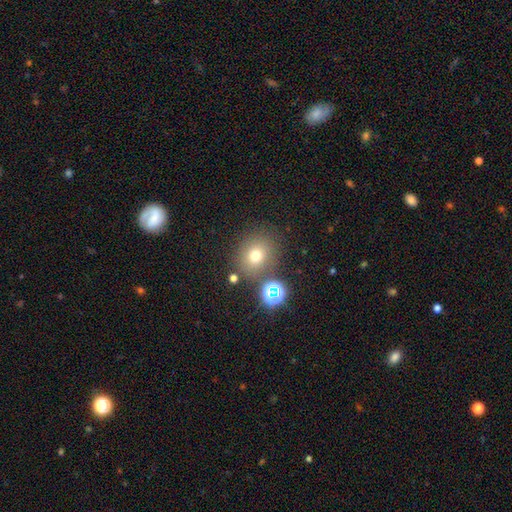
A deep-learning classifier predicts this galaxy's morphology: Overall: smooth (71%). How rounded: round (75%). Merging: none (76%).